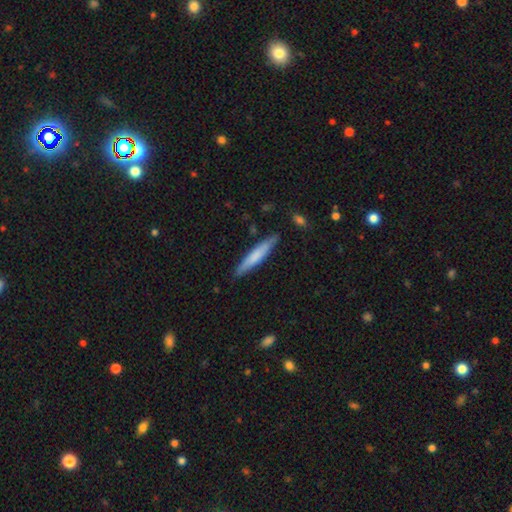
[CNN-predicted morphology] A smooth galaxy with no disk features (67%) that is cigar-shaped (93%). Merging: none (87%).